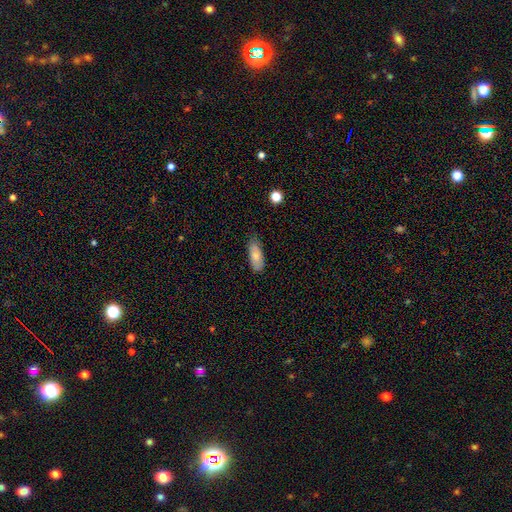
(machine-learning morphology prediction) smooth 78%, featured or disk 15%, star or artifact 7%. Down the decision tree: how rounded — in between (80%); merging — none (74%).